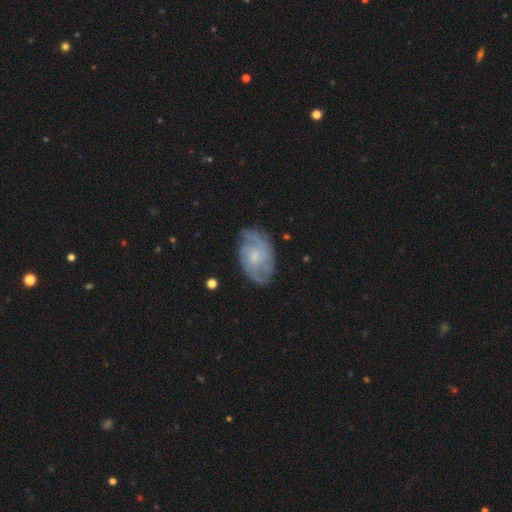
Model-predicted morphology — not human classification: smooth_or_featured: featured or disk (p=0.76) [alt: smooth p=0.18]
disk_edge_on: no (p=0.97) [alt: yes p=0.03]
bar: no (p=0.69) [alt: weak p=0.28]
has_spiral_arms: yes (p=0.93) [alt: no p=0.07]
spiral_winding: tight (p=0.46) [alt: medium p=0.40]
spiral_arm_count: 2 (p=0.33) [alt: can't tell p=0.32]
bulge_size: small (p=0.61) [alt: moderate p=0.25]
merging: none (p=0.75) [alt: minor disturbance p=0.18]